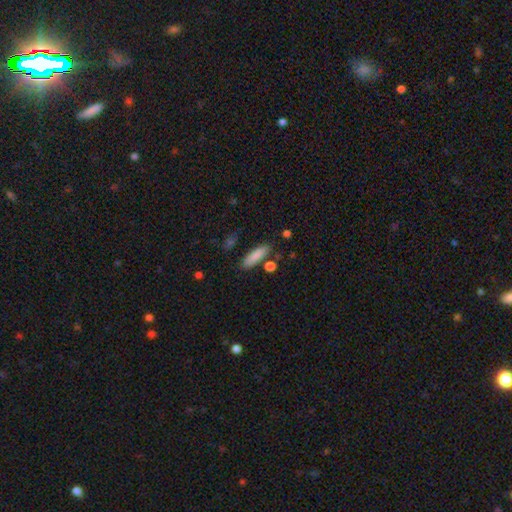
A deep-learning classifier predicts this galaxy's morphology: Q: Smooth or featured?
A: smooth (86%); runner-up: featured or disk (7%)
Q: How rounded?
A: cigar-shaped (54%); runner-up: in between (43%)
Q: Merging?
A: none (80%); runner-up: minor disturbance (11%)